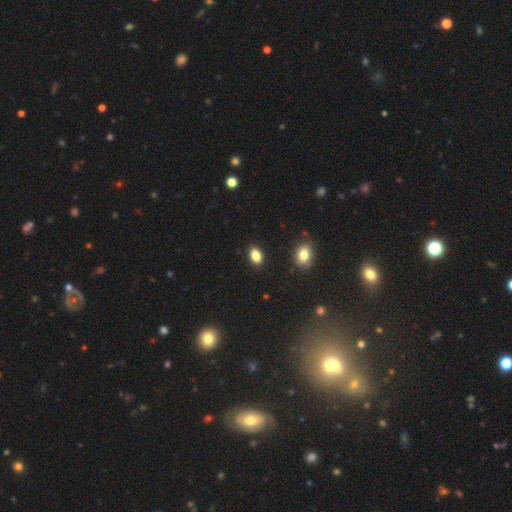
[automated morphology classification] This is clearly a smooth galaxy (85%). How rounded: clearly in between (87%). Merging: clearly none (89%).